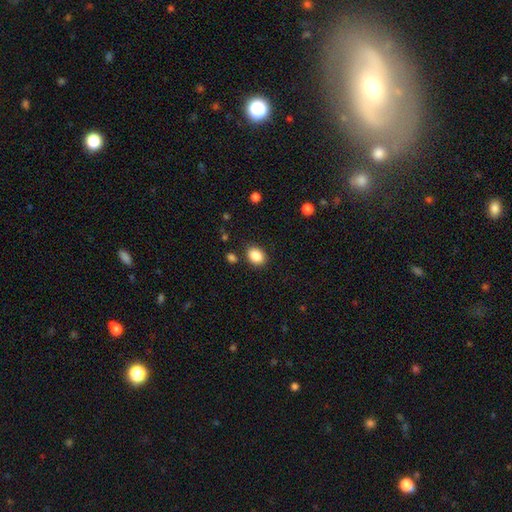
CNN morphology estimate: This appears to be a smooth galaxy with no disk features (88%) that is in between round and cigar-shaped (65%). Merging: none (84%).